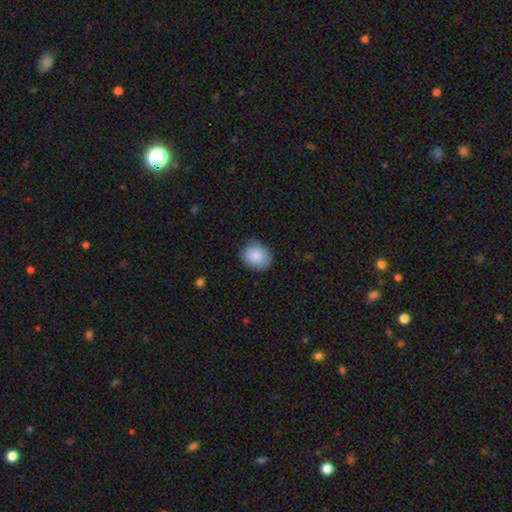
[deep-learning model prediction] smooth 87%, star or artifact 7%, featured or disk 6%. Down the decision tree: how rounded — round (60%); merging — none (81%).